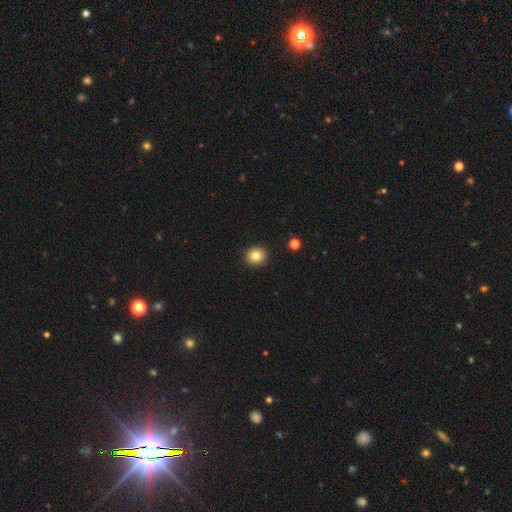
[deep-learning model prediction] Morphology: type=smooth (82%); roundness=round (89%); merging=none (92%).